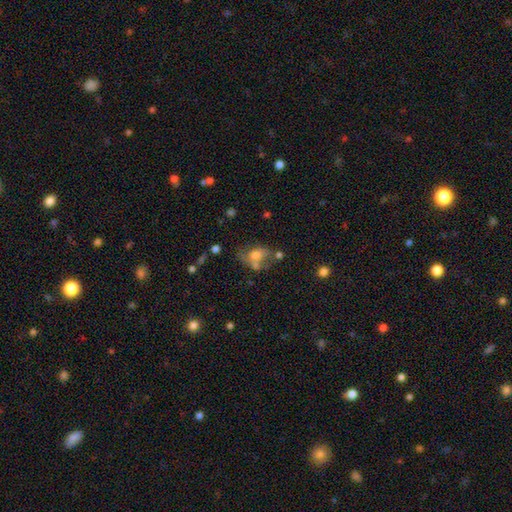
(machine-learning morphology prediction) smooth 60%, featured or disk 28%, star or artifact 12%. Down the decision tree: how rounded — in between (70%); merging — none (33%).